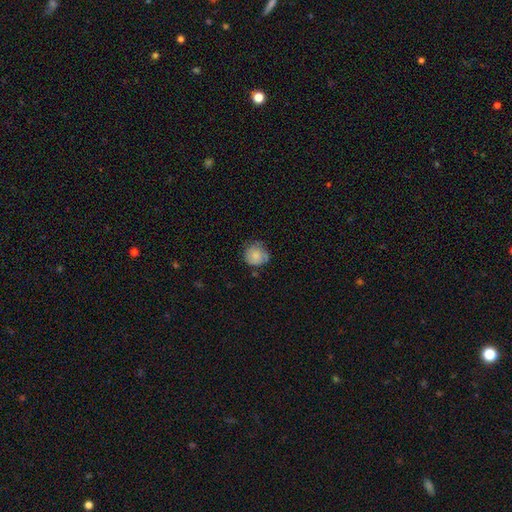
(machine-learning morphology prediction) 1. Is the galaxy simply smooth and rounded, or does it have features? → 76% smooth, 16% featured or disk, 8% star or artifact.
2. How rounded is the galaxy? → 87% round, 12% in between, 1% cigar-shaped.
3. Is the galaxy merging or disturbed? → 63% none, 28% minor disturbance, 7% major disturbance, 3% merger.